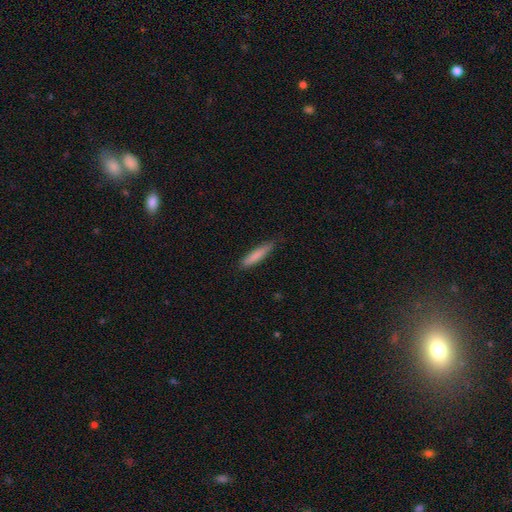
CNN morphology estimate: A smooth galaxy with no disk features (82%) that is cigar-shaped (87%).

Vote fractions:
- Smooth or featured? smooth: 82% / featured or disk: 12% / star or artifact: 6%
- How rounded? cigar-shaped: 87% / in between: 11% / round: 1%
- Merging? none: 77% / minor disturbance: 19% / major disturbance: 3% / merger: 1%